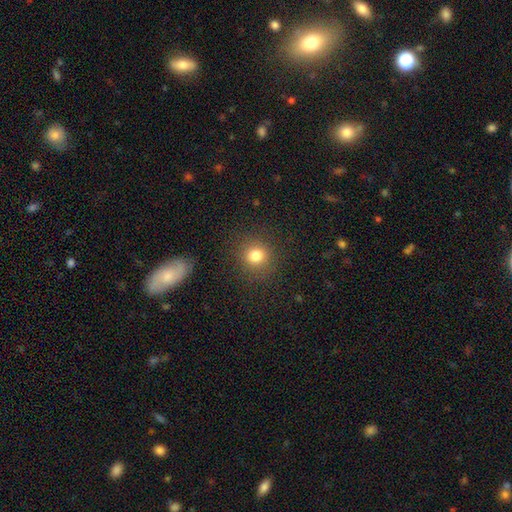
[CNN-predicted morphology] This is clearly a smooth galaxy (80%). How rounded: clearly round (89%). Merging: clearly none (88%).